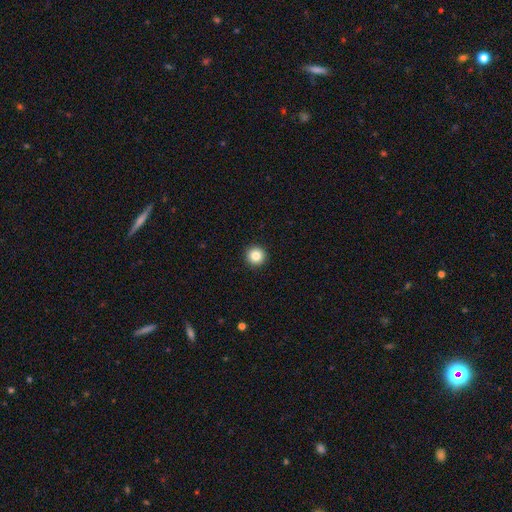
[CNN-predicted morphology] Smooth or featured: smooth — 84% (star or artifact — 10%)
How rounded: round — 96% (in between — 3%)
Merging: none — 94% (minor disturbance — 4%)